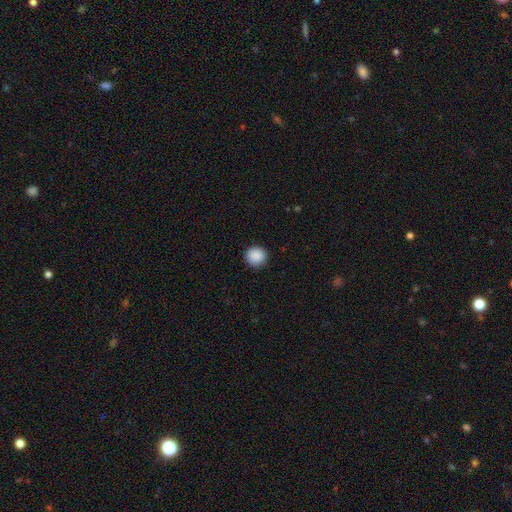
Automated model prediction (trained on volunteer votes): A smooth galaxy with no disk features (89%) that is round (94%).

Vote fractions:
- Smooth or featured? smooth: 89% / star or artifact: 8% / featured or disk: 2%
- How rounded? round: 94% / in between: 5% / cigar-shaped: 1%
- Merging? none: 92% / minor disturbance: 5% / major disturbance: 2% / merger: 1%